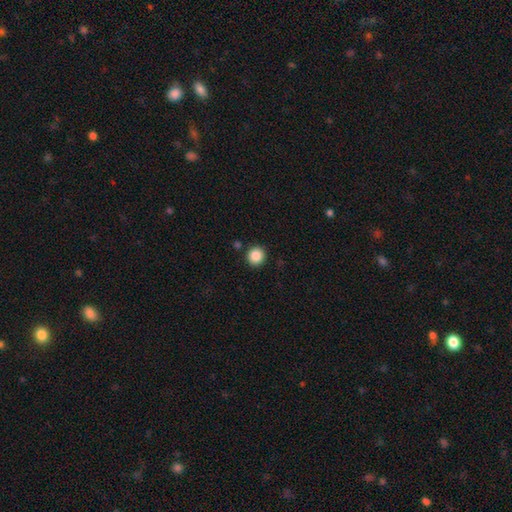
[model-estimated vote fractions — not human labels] Smooth or featured? Predicted: smooth (p=0.87). How rounded? Predicted: round (p=0.95). Merging? Predicted: none (p=0.90).